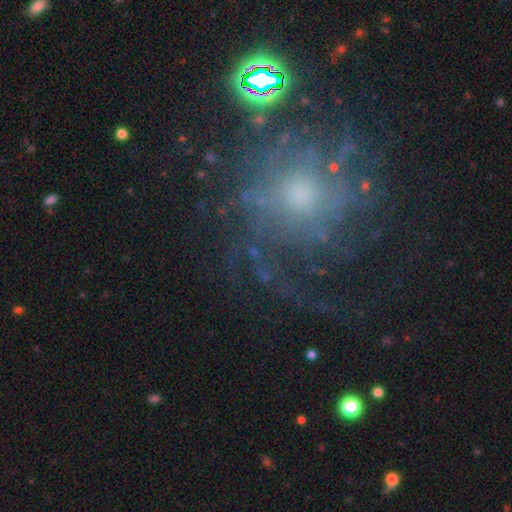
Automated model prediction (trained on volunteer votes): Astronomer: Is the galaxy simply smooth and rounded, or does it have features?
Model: featured or disk — 56%.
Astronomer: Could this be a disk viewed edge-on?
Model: no — 94%.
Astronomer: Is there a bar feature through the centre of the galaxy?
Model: no — 82%.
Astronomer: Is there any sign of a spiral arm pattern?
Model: yes — 67%.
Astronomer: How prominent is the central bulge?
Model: moderate — 45% (runner-up: small, 34%).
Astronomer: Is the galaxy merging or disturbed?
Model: none — 60%.